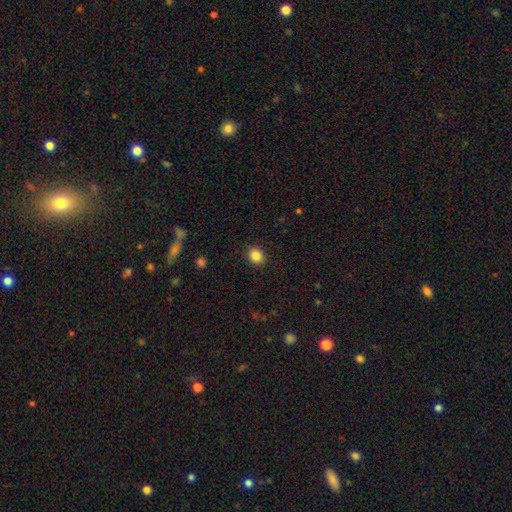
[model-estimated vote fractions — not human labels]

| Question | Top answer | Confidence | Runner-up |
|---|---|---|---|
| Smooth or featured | smooth | 85% | star or artifact (10%) |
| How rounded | round | 64% | in between (35%) |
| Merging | none | 91% | minor disturbance (7%) |